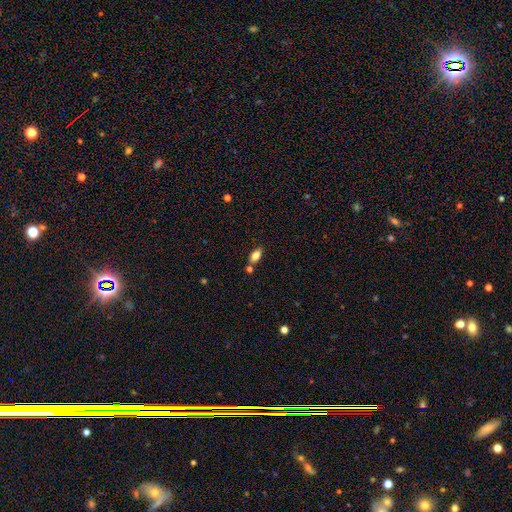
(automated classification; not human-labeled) smooth-or-featured: smooth: 80% | featured or disk: 11% | star or artifact: 9%
  how-rounded: in between: 89% | cigar-shaped: 7% | round: 5%
  merging: none: 74% | minor disturbance: 13% | merger: 10% | major disturbance: 3%